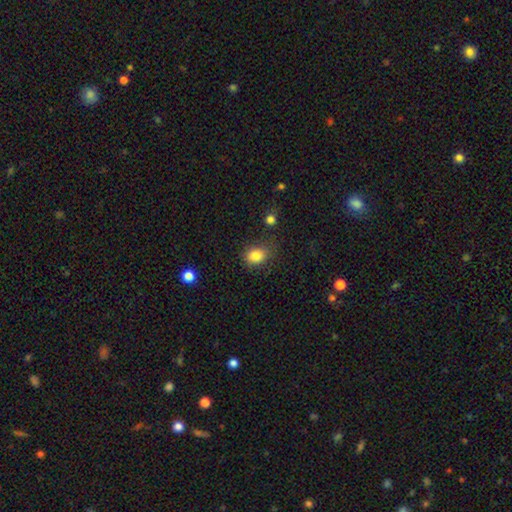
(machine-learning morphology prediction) smooth 84%, star or artifact 10%, featured or disk 6%. Down the decision tree: how rounded — in between (54%); merging — none (71%).